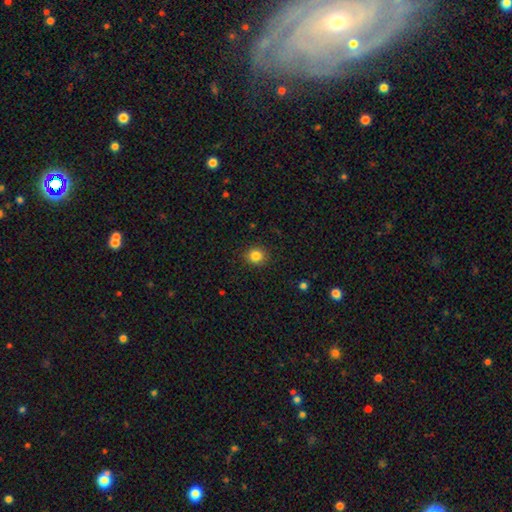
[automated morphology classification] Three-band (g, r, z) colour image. It shows a smooth galaxy with no disk features (84%) that is round (85%). Merging: none (90%).